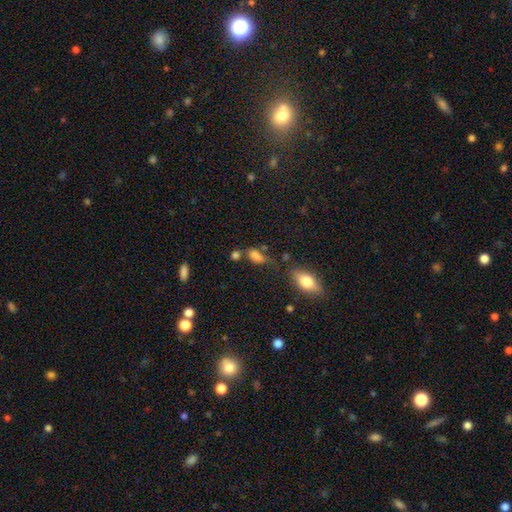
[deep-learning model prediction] Smooth or featured: smooth — 75% (star or artifact — 15%)
How rounded: in between — 81% (cigar-shaped — 10%)
Merging: none — 42% (merger — 23%)